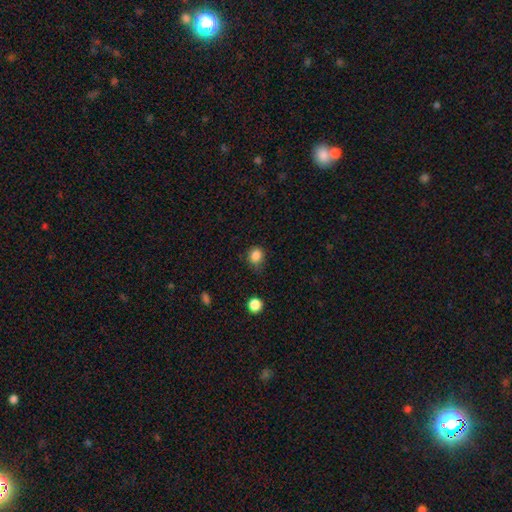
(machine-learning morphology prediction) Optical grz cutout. It shows a smooth galaxy with no disk features (85%) that is round (77%). Merging: none (70%).